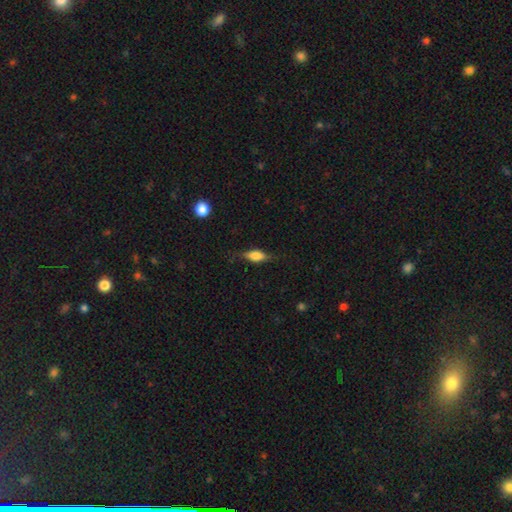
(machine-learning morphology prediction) Smooth or featured: smooth — 57% (featured or disk — 34%)
How rounded: in between — 67% (cigar-shaped — 27%)
Merging: none — 75% (minor disturbance — 18%)